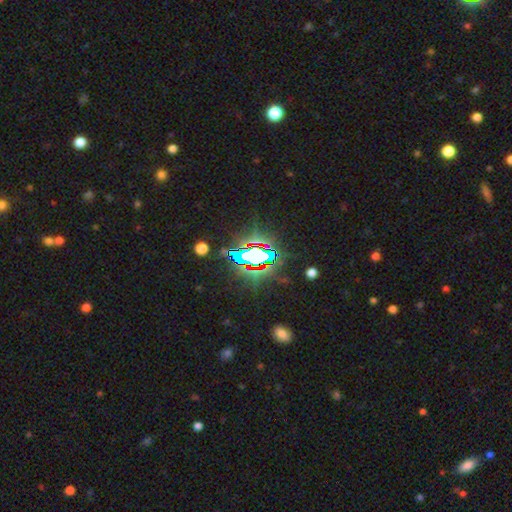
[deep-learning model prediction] This appears to be a star or artifact, not a galaxy (74%).